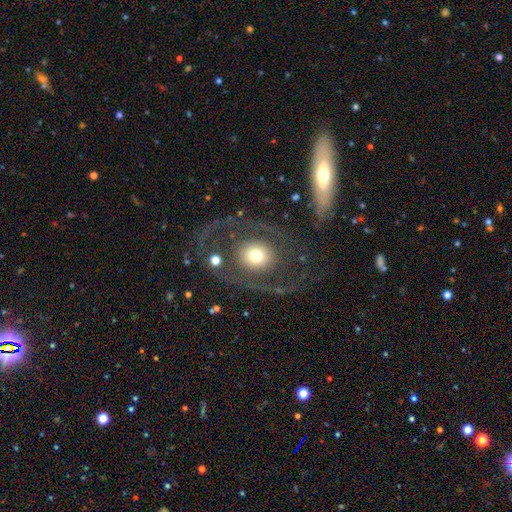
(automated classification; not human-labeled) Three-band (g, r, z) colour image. It shows a featured or disk galaxy (55%) with no bar (83%), spiral arms (54%) and a moderate central bulge (50%). Merging: none (61%).